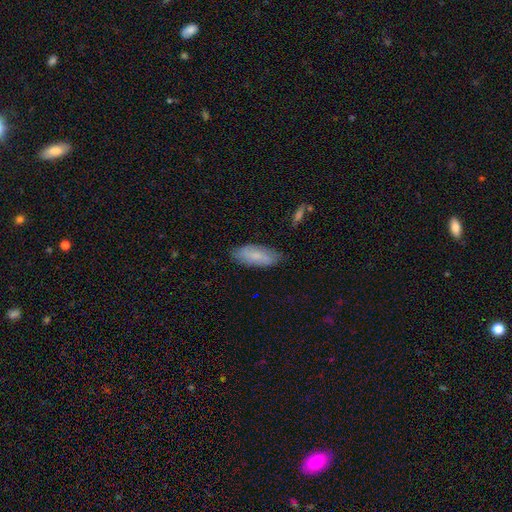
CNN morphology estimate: type=smooth (71%); roundness=in between (73%); merging=none (79%).